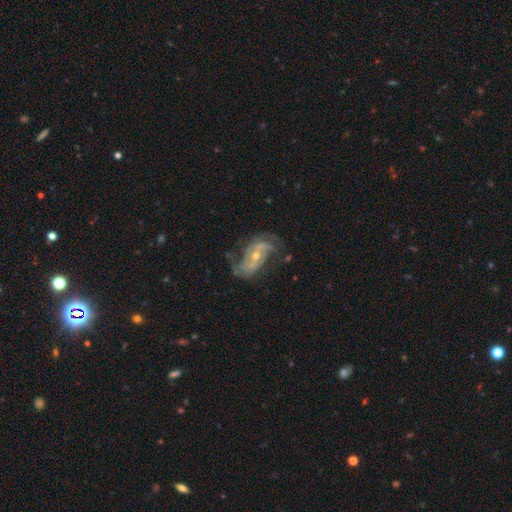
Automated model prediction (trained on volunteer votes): A featured or disk galaxy (85%) with no bar (44%), 2 (71%) medium (45%) spiral arms (93%) and a moderate central bulge (48%, tied with small). Merging: none (64%).